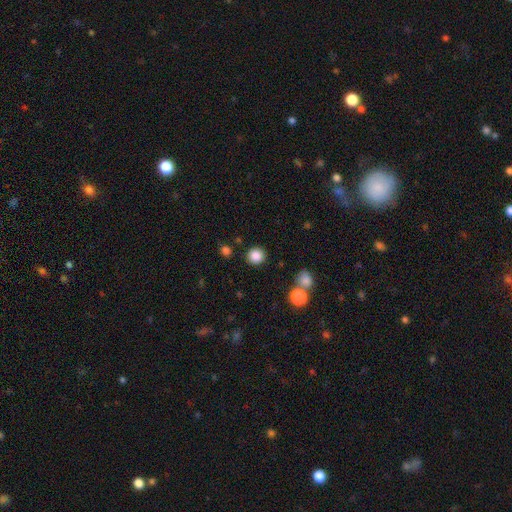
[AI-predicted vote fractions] A smooth galaxy with no disk features (86%) that is round (91%).

Vote fractions:
- Smooth or featured? smooth: 86% / star or artifact: 10% / featured or disk: 4%
- How rounded? round: 91% / in between: 8% / cigar-shaped: 1%
- Merging? none: 88% / minor disturbance: 6% / merger: 3% / major disturbance: 2%